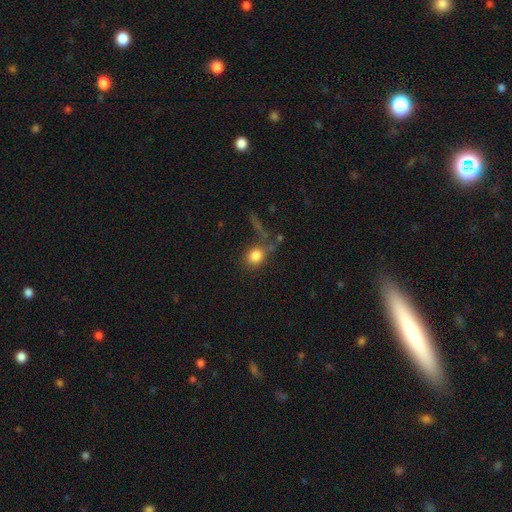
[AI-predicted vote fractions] Overall: smooth (82%). How rounded: round (68%; in between 30%). Merging: none (56%; minor disturbance 17%).